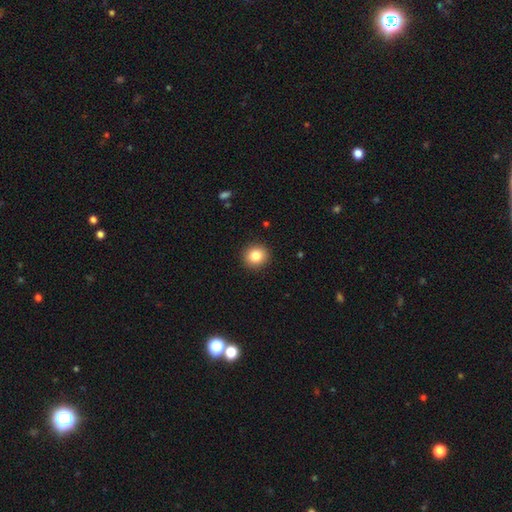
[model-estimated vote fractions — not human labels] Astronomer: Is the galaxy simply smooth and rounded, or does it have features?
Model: smooth — 83%.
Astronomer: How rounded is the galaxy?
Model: round — 90%.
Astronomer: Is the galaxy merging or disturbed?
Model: none — 92%.